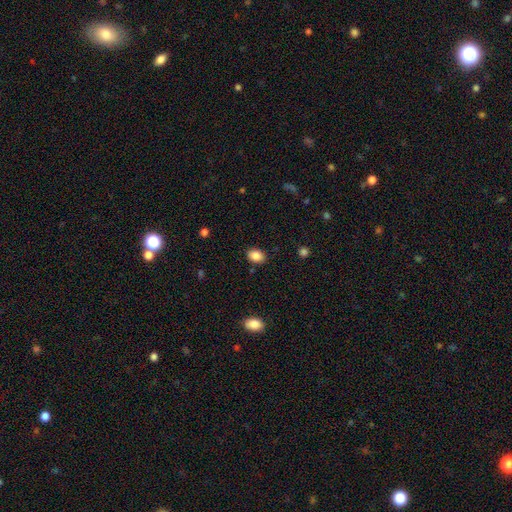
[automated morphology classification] A smooth galaxy with no disk features (86%) that is in between round and cigar-shaped (76%).

Vote fractions:
- Smooth or featured? smooth: 86% / star or artifact: 9% / featured or disk: 5%
- How rounded? in between: 76% / round: 23% / cigar-shaped: 1%
- Merging? none: 86% / minor disturbance: 10% / major disturbance: 3% / merger: 1%